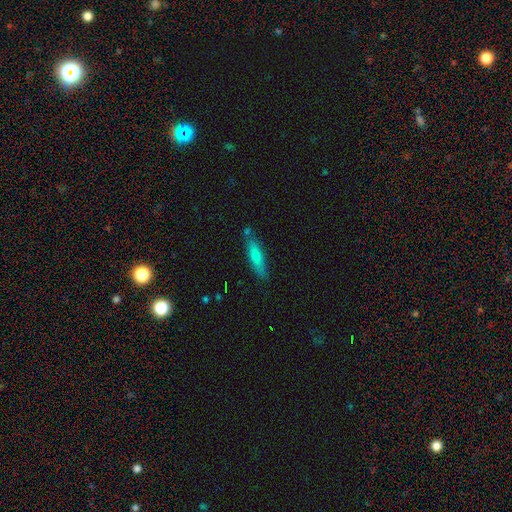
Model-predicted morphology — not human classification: A smooth galaxy with no disk features (60%) that is cigar-shaped (79%).

Vote fractions:
- Smooth or featured? smooth: 60% / featured or disk: 33% / star or artifact: 7%
- How rounded? cigar-shaped: 79% / in between: 19% / round: 2%
- Merging? none: 79% / minor disturbance: 13% / merger: 5% / major disturbance: 3%